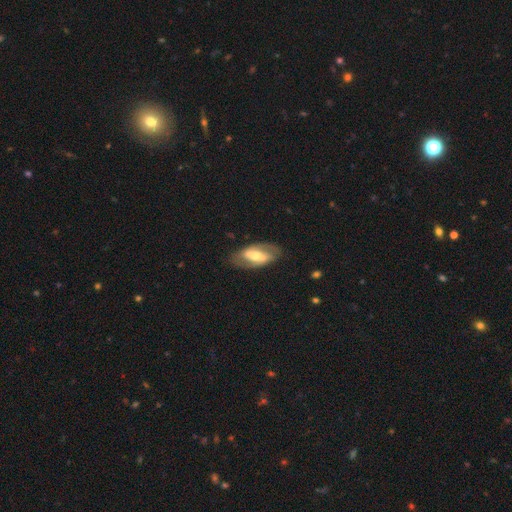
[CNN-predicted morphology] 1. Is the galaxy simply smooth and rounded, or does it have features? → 72% featured or disk, 23% smooth, 5% star or artifact.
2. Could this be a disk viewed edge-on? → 90% no, 10% yes.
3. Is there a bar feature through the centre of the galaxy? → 62% strong, 26% weak, 11% no.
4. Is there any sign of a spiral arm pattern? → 71% yes, 29% no.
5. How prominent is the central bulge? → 57% moderate, 29% small, 10% large, 2% none, 1% dominant.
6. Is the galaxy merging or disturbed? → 79% none, 13% minor disturbance, 6% major disturbance, 1% merger.